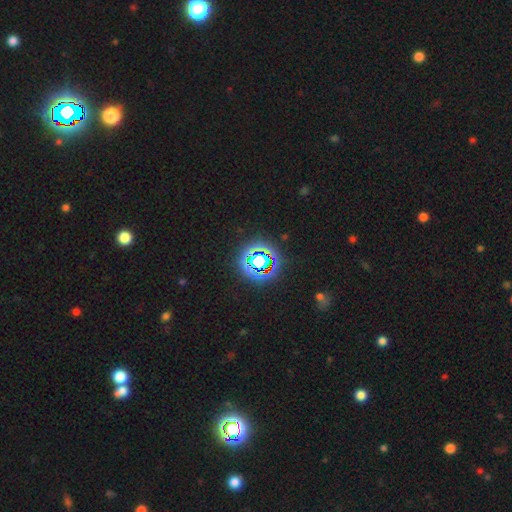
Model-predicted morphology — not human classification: Q: Smooth or featured?
A: star or artifact (71%); runner-up: smooth (19%)